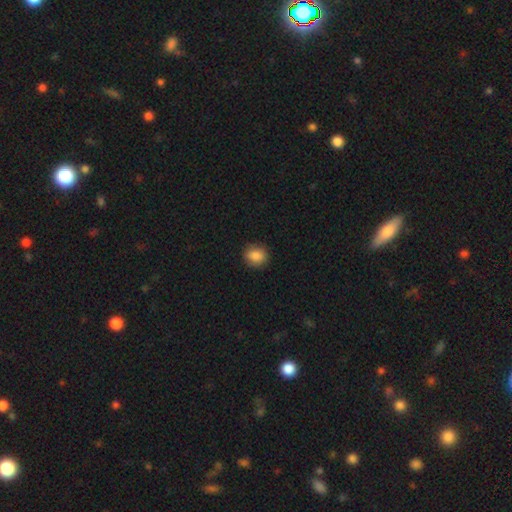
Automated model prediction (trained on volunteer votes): Overall: smooth (87%). How rounded: round (71%). Merging: none (88%).